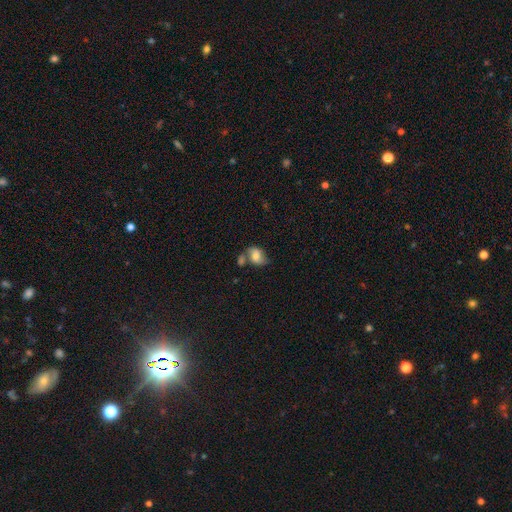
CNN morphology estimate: Q: Smooth or featured?
A: smooth (63%); runner-up: featured or disk (28%)
Q: How rounded?
A: in between (74%); runner-up: round (25%)
Q: Merging?
A: none (35%); runner-up: merger (34%)